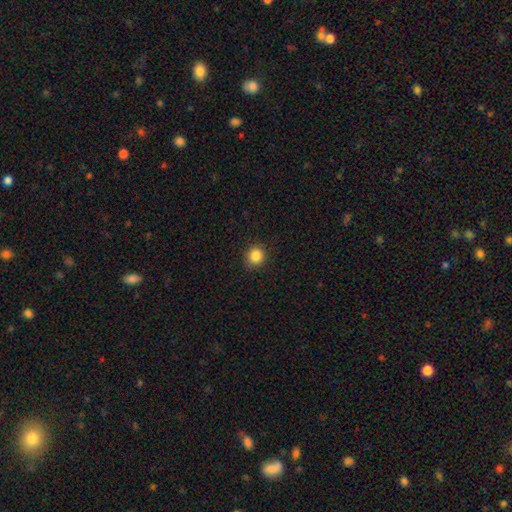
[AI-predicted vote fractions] Overall: smooth (85%). How rounded: round (87%). Merging: none (88%).